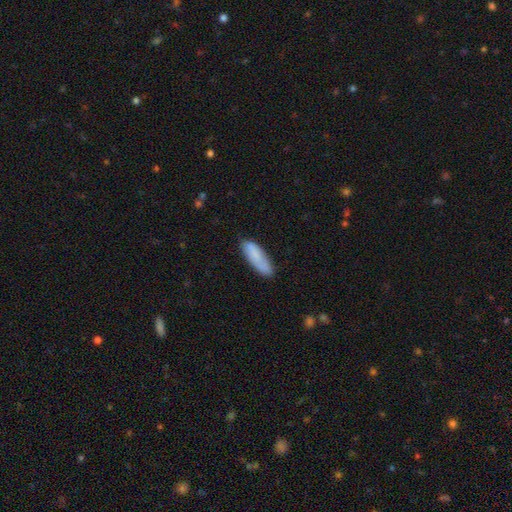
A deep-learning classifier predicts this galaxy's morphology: Smooth or featured?
  - smooth: 83% *
  - featured or disk: 11%
  - star or artifact: 6%
How rounded?
  - cigar-shaped: 51% *
  - in between: 48%
  - round: 2%
Merging?
  - none: 76% *
  - minor disturbance: 18%
  - major disturbance: 4%
  - merger: 2%